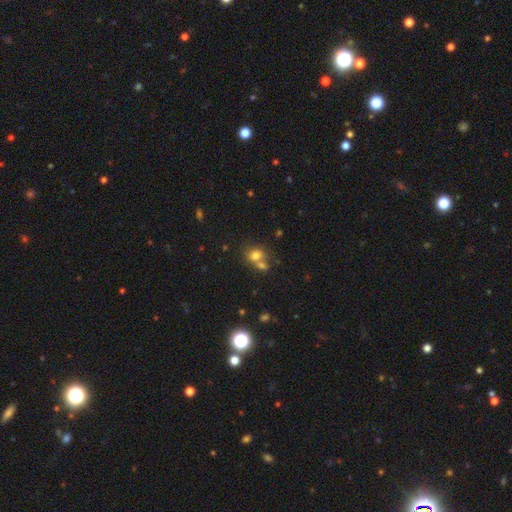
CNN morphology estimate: type=smooth (74%); roundness=round (58%); merging=merger (46%).